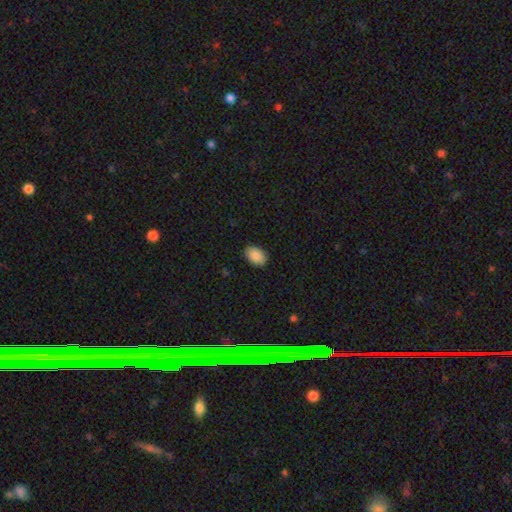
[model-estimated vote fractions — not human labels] The model was most divided on "how rounded": in between: 86%, round: 13%, cigar-shaped: 1%. More confident: smooth or featured — smooth (89%); merging — none (88%).